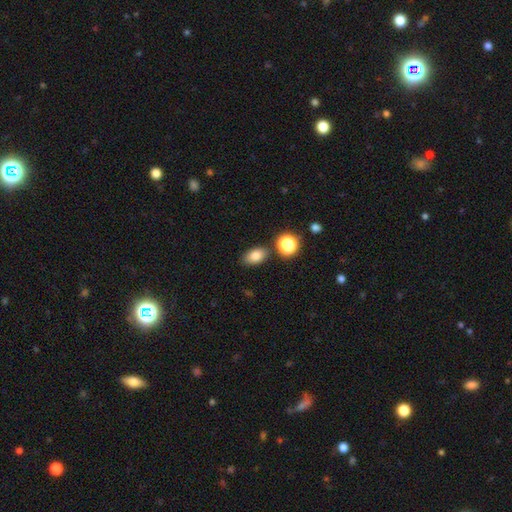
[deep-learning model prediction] Q: Smooth or featured?
A: smooth (81%); runner-up: star or artifact (11%)
Q: How rounded?
A: in between (84%); runner-up: round (14%)
Q: Merging?
A: none (78%); runner-up: minor disturbance (12%)